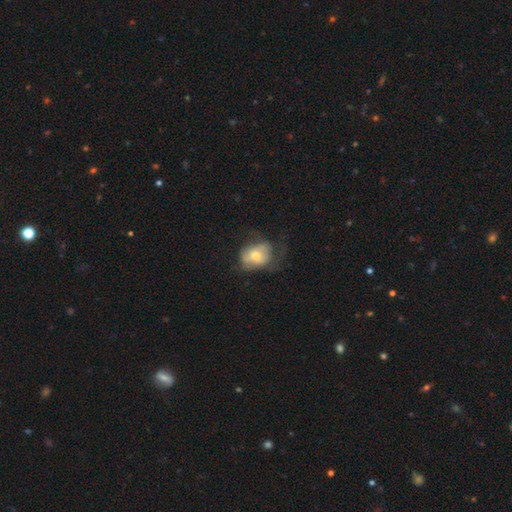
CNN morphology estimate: The model was most divided on "merging": none: 38%, major disturbance: 31%, minor disturbance: 29%, merger: 2%. More confident: how rounded — in between (61%); smooth or featured — smooth (57%).